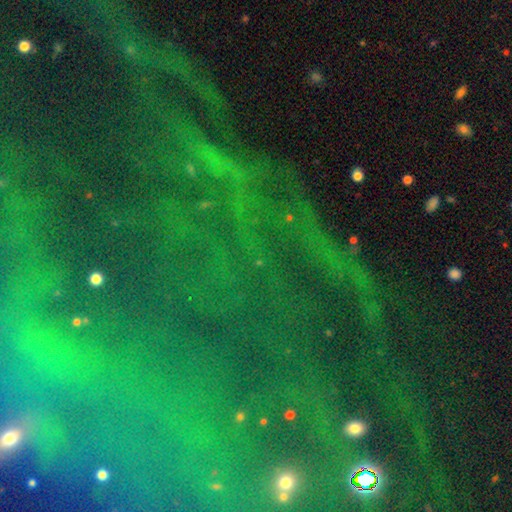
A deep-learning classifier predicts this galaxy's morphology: Q: Smooth or featured?
A: star or artifact (84%); runner-up: featured or disk (8%)